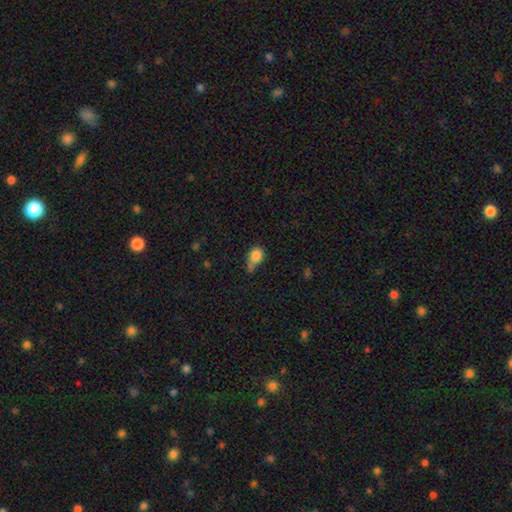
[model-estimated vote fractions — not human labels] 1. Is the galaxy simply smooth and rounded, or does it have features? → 82% smooth, 10% star or artifact, 8% featured or disk.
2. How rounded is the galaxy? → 51% in between, 47% round, 2% cigar-shaped.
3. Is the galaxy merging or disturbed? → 34% none, 30% minor disturbance, 22% merger, 14% major disturbance.